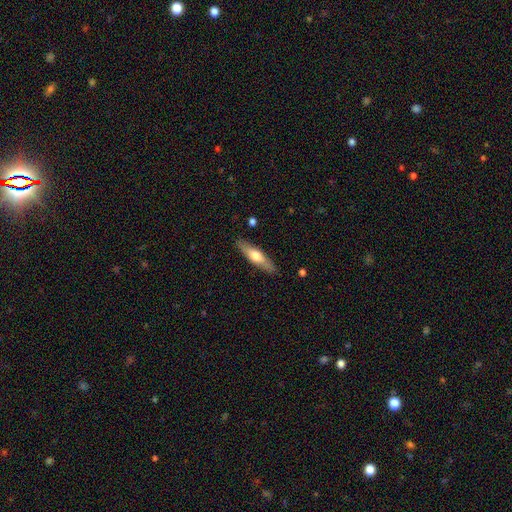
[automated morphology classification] Smooth or featured: smooth — 50% (featured or disk — 45%)
How rounded: cigar-shaped — 74% (in between — 24%)
Merging: none — 88% (minor disturbance — 9%)